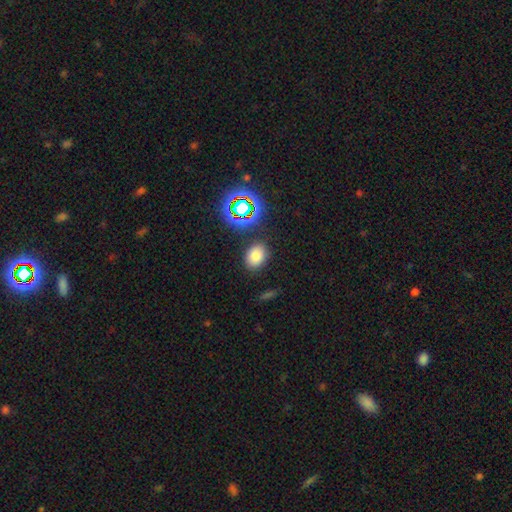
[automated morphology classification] Smooth or featured? Predicted: smooth (p=0.75). How rounded? Predicted: in between (p=0.68). Merging? Predicted: none (p=0.84).